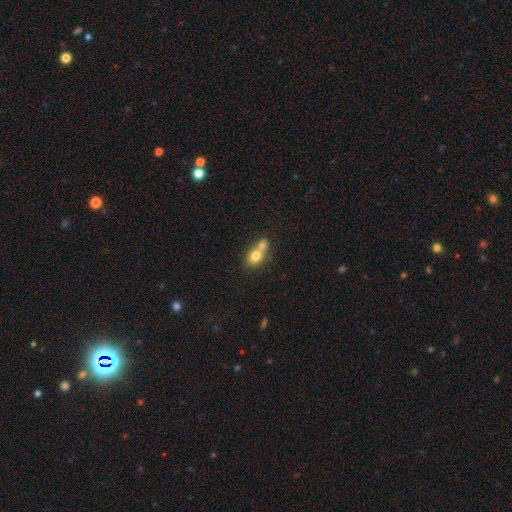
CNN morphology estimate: Smooth or featured? smooth (75%)
How rounded? in between (57%)
Merging? merger (65%)